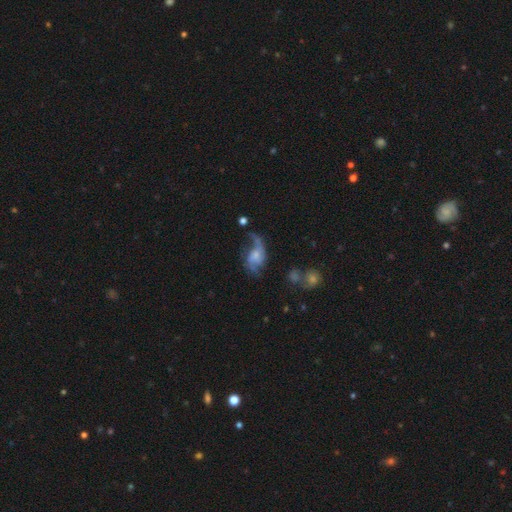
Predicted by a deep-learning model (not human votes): Smooth or featured? Predicted: featured or disk (p=0.74). Edge-on disk? Predicted: no (p=0.96). Bar? Predicted: no (p=0.59). Spiral arms? Predicted: yes (p=0.90). Spiral winding? Predicted: loose (p=0.71). Spiral arm count? Predicted: 2 (p=0.73). Bulge size? Predicted: small (p=0.40). Merging? Predicted: none (p=0.38).